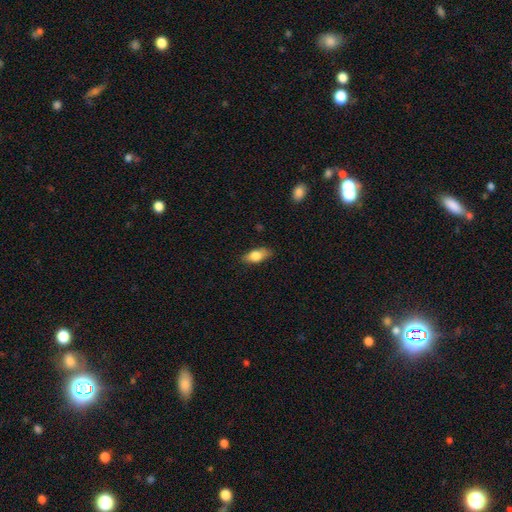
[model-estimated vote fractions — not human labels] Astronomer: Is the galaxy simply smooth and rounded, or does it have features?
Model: smooth — 75%.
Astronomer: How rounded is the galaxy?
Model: in between — 81%.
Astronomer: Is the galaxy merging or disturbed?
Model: none — 83%.